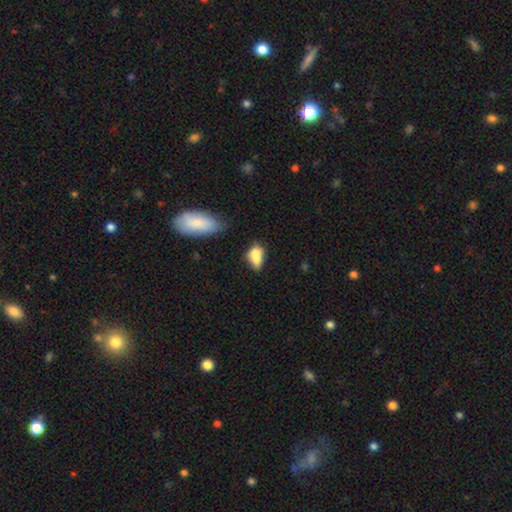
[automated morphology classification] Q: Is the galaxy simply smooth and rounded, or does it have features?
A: smooth — 75%.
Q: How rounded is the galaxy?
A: in between — 85%.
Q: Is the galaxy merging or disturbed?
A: none — 38%.